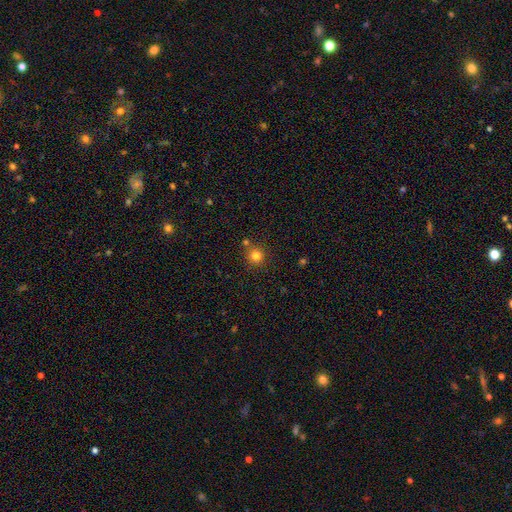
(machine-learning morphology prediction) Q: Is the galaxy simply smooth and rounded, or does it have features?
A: smooth — 80%.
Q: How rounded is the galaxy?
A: round — 93%.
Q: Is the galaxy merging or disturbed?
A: none — 80%.